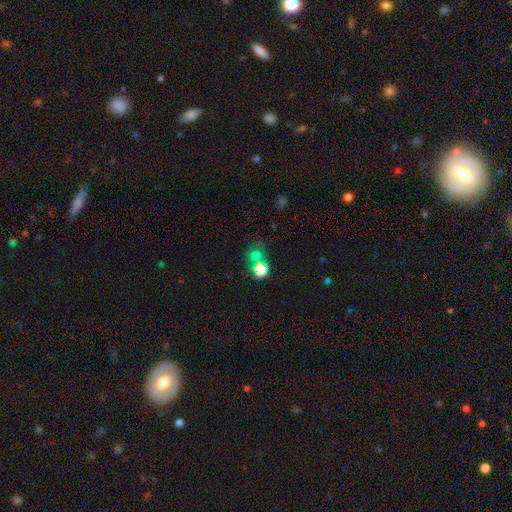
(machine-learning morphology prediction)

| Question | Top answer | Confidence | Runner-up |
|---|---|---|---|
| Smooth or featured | smooth | 50% | star or artifact (37%) |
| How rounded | round | 77% | in between (22%) |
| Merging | none | 53% | merger (29%) |